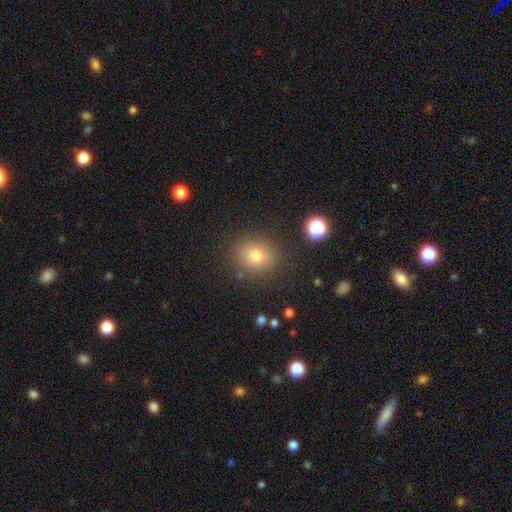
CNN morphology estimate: type=smooth (76%); roundness=round (70%); merging=none (85%).